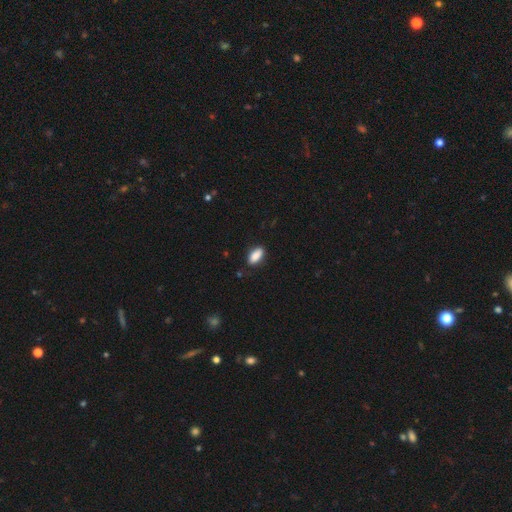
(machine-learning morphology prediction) Smooth or featured? Predicted: smooth (p=0.89). How rounded? Predicted: in between (p=0.89). Merging? Predicted: none (p=0.83).